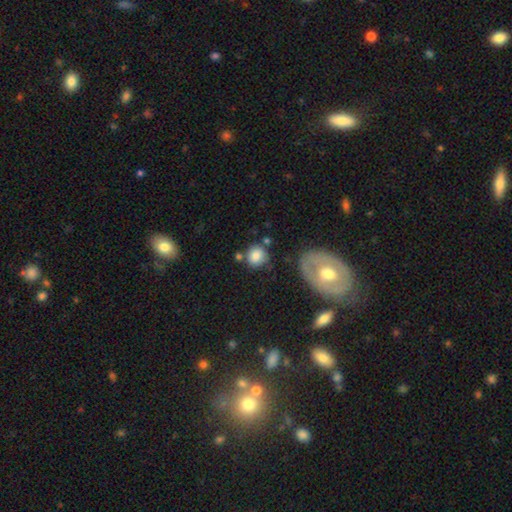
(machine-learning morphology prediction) Smooth or featured: smooth — 82% (featured or disk — 9%)
How rounded: round — 84% (in between — 15%)
Merging: none — 68% (minor disturbance — 15%)